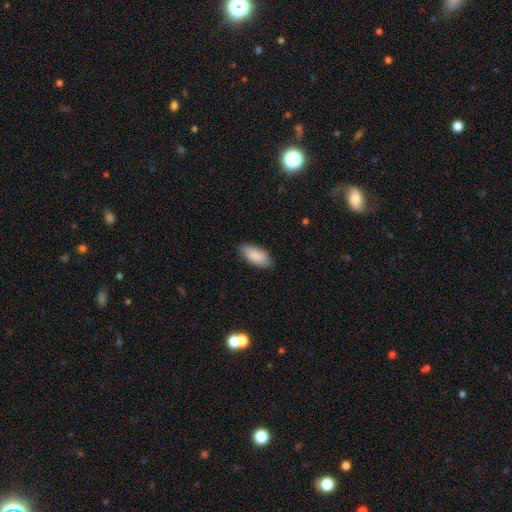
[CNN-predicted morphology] type=smooth (88%); roundness=in between (90%); merging=none (84%).